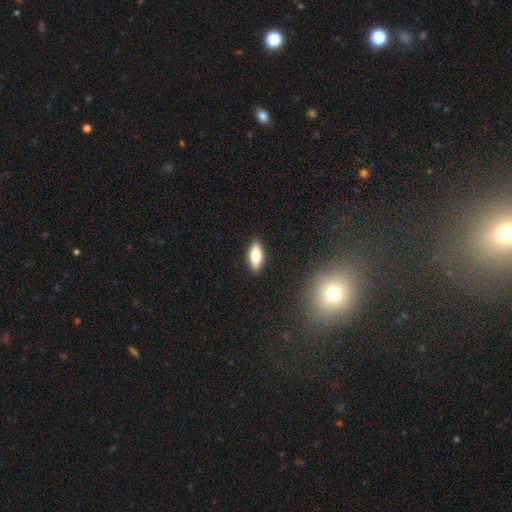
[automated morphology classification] Smooth or featured?
  - smooth: 63% *
  - featured or disk: 29%
  - star or artifact: 8%
How rounded?
  - in between: 74% *
  - cigar-shaped: 23%
  - round: 3%
Merging?
  - none: 88% *
  - minor disturbance: 8%
  - major disturbance: 2%
  - merger: 1%